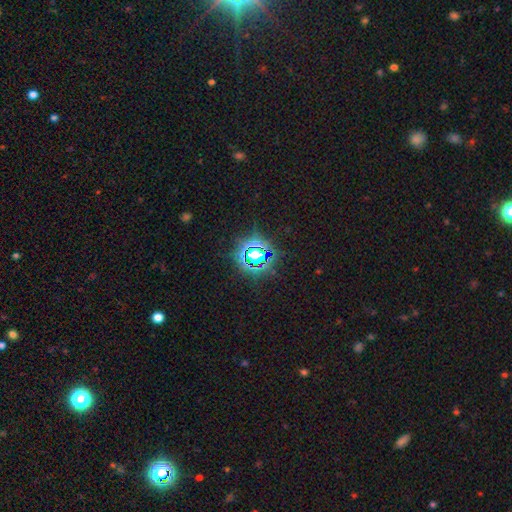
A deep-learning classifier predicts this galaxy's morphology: This is likely a star or artifact rather than a galaxy (73%).